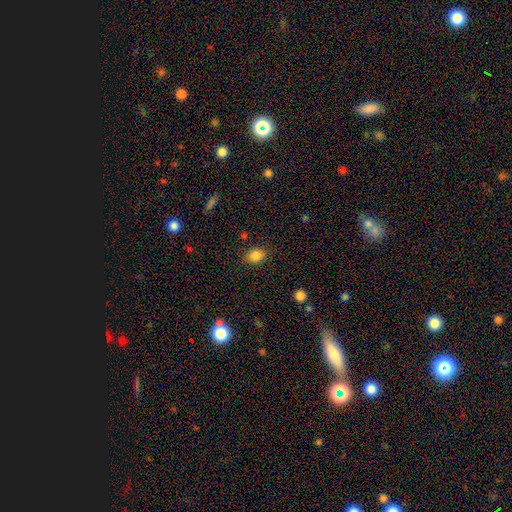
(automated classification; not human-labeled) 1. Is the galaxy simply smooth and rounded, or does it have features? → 84% smooth, 11% star or artifact, 5% featured or disk.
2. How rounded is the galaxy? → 51% round, 48% in between, 1% cigar-shaped.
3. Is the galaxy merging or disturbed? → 82% none, 13% minor disturbance, 3% major disturbance, 2% merger.